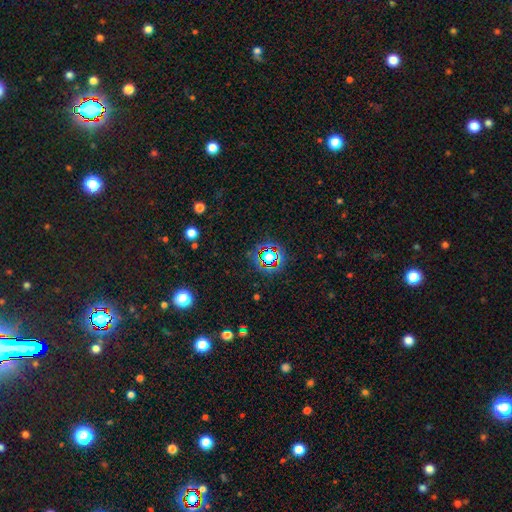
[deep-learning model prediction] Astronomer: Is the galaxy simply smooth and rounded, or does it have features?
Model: star or artifact — 78%.